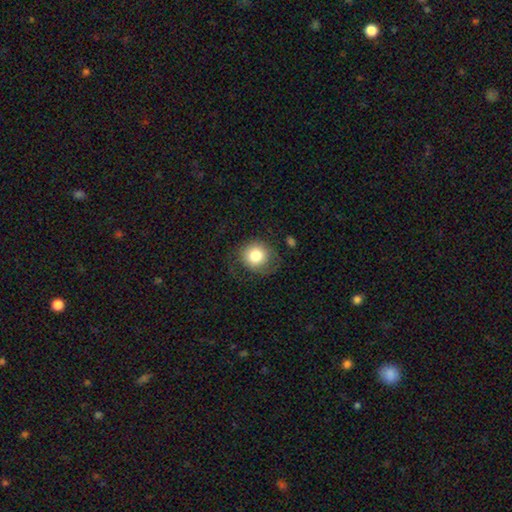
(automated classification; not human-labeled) Morphology: type=smooth (79%); roundness=round (87%); merging=none (64%).